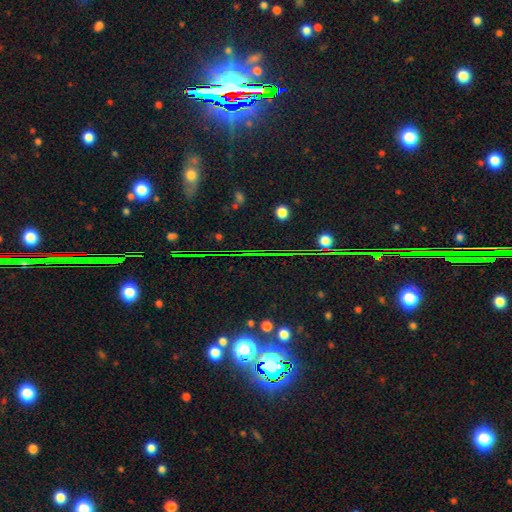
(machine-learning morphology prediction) smooth_or_featured: star or artifact (p=0.77) [alt: featured or disk p=0.12]